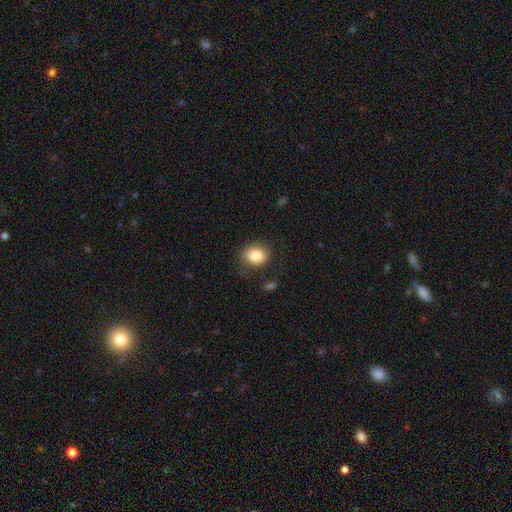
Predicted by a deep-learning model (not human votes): Morphology: type=smooth (83%); roundness=round (54%); merging=none (76%).